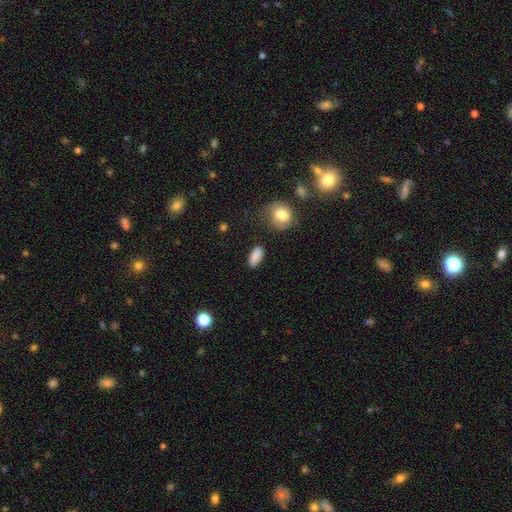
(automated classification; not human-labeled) Smooth or featured? smooth (87%)
How rounded? in between (84%)
Merging? none (82%)